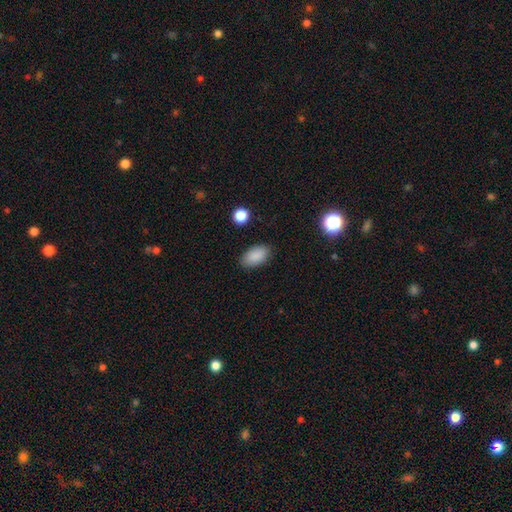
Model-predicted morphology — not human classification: smooth-or-featured: smooth: 88% | star or artifact: 8% | featured or disk: 4%
  how-rounded: in between: 93% | round: 5% | cigar-shaped: 2%
  merging: none: 86% | minor disturbance: 10% | major disturbance: 3% | merger: 1%